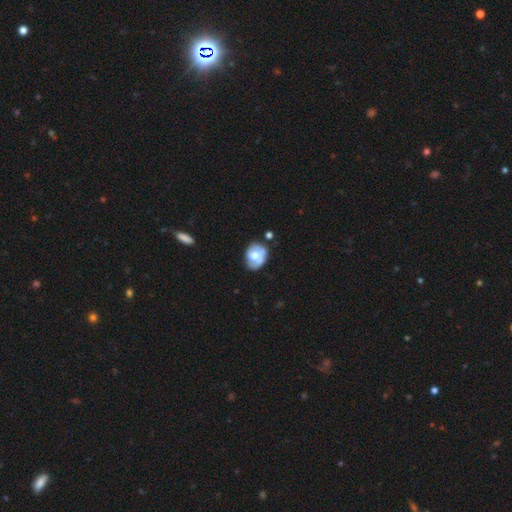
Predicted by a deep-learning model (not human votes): This is possibly a smooth galaxy (48%). Merging: possibly none (48%).